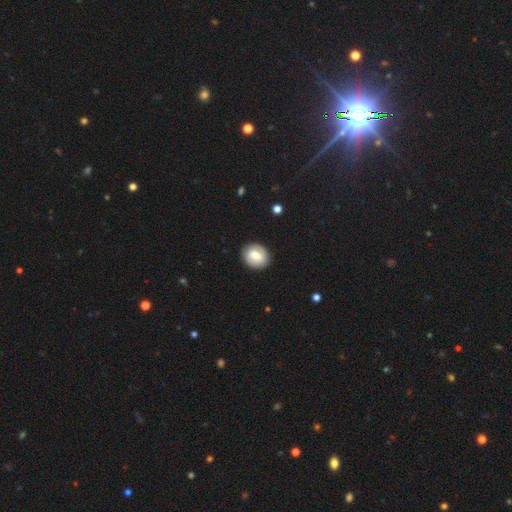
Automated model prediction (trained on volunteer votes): Smooth or featured? smooth (67%)
How rounded? round (53%)
Merging? none (87%)